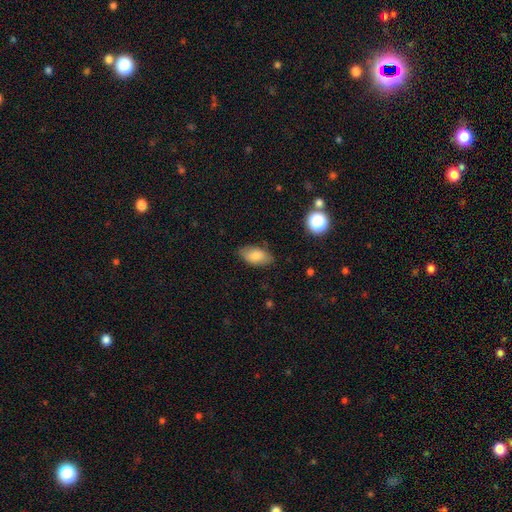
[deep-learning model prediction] Smooth or featured?
  - smooth: 81% *
  - featured or disk: 11%
  - star or artifact: 8%
How rounded?
  - in between: 92% *
  - round: 5%
  - cigar-shaped: 3%
Merging?
  - none: 79% *
  - minor disturbance: 16%
  - major disturbance: 3%
  - merger: 1%